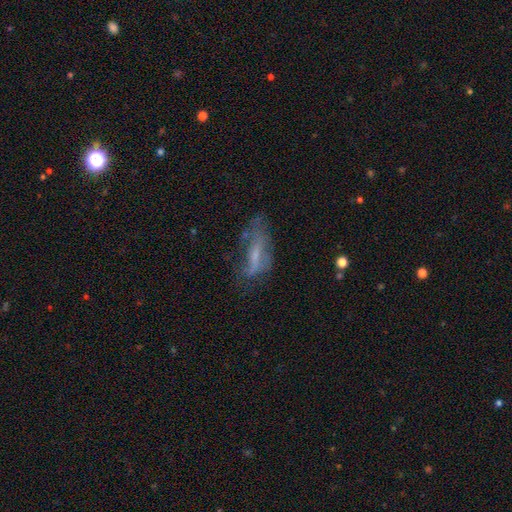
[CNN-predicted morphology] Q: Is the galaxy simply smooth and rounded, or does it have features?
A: featured or disk — 47%.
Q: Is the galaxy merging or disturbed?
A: none — 43%.